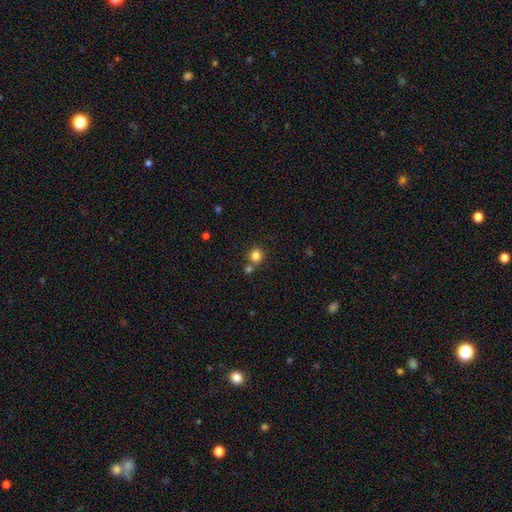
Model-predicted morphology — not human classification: smooth 82%, star or artifact 12%, featured or disk 6%. Down the decision tree: how rounded — round (88%); merging — none (66%).